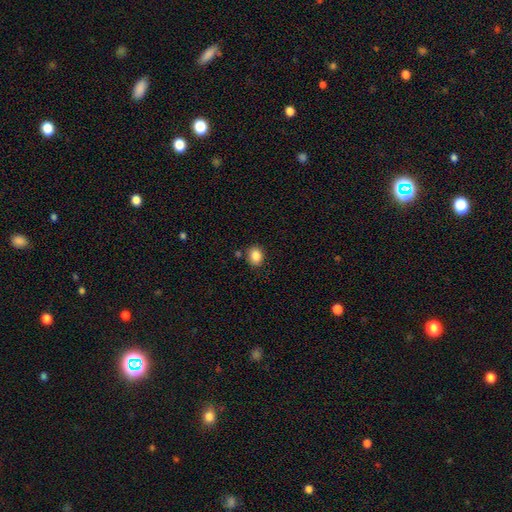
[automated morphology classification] Overall: smooth (86%). How rounded: round (60%; in between 40%). Merging: none (82%).